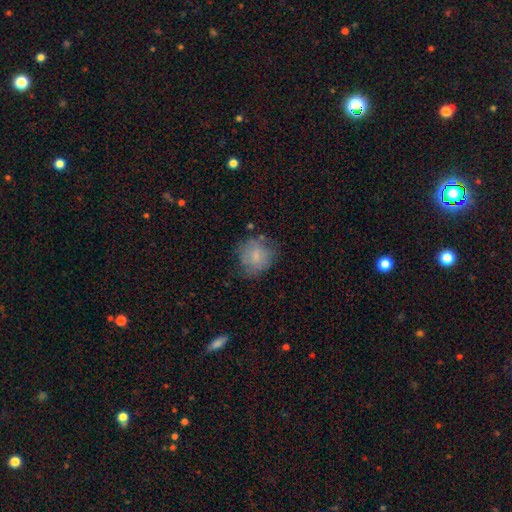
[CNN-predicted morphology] Smooth or featured? Predicted: smooth (p=0.72). How rounded? Predicted: round (p=0.79). Merging? Predicted: none (p=0.60).